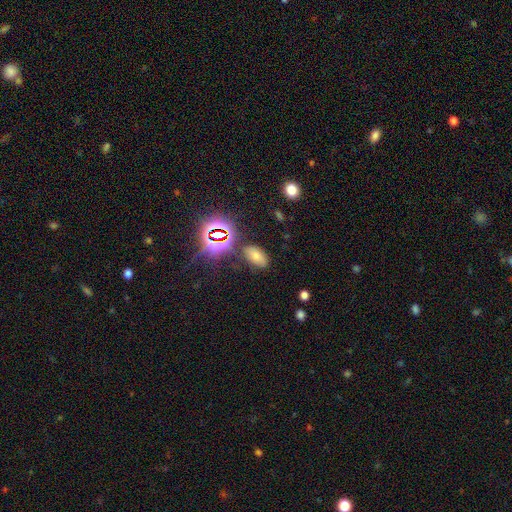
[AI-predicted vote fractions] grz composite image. It shows a smooth galaxy with no disk features (59%) that is in between round and cigar-shaped (91%). Merging: none (79%).